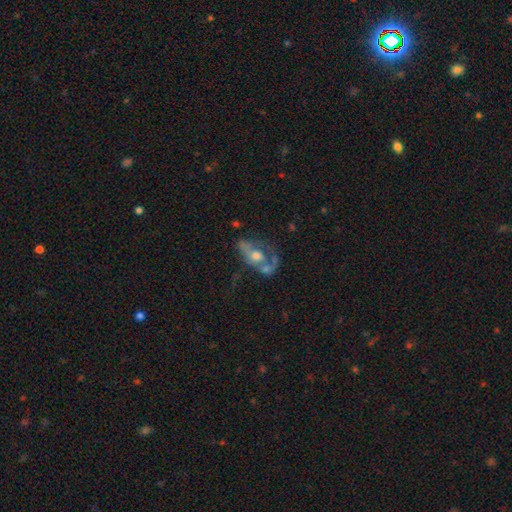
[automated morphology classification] Smooth or featured: featured or disk — 58% (smooth — 33%)
Edge-on disk: no — 92% (yes — 8%)
Bar: no — 83% (weak — 13%)
Spiral arms: no — 67% (yes — 33%)
Bulge size: moderate — 64% (large — 15%)
Merging: major disturbance — 32% (none — 27%)